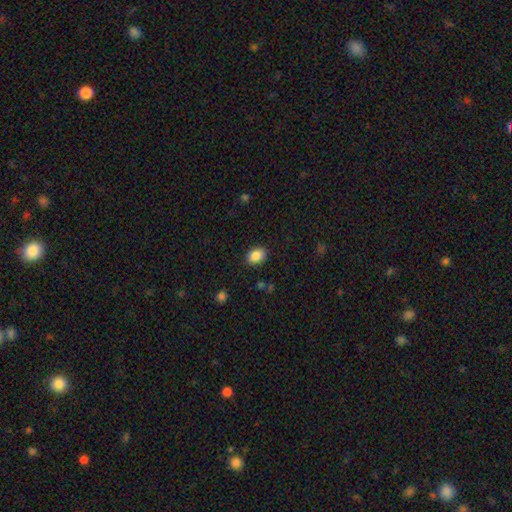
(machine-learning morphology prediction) This appears to be a smooth galaxy with no disk features (87%) that is in between round and cigar-shaped (73%). Merging: none (88%).